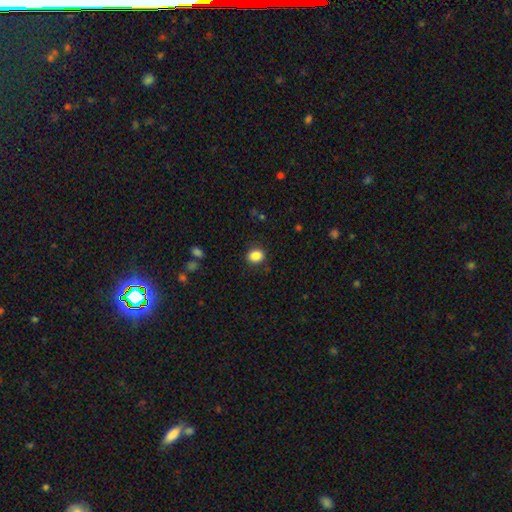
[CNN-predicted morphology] smooth_or_featured: smooth (p=0.87) [alt: star or artifact p=0.10]
how_rounded: round (p=0.58) [alt: in between p=0.41]
merging: none (p=0.87) [alt: minor disturbance p=0.09]